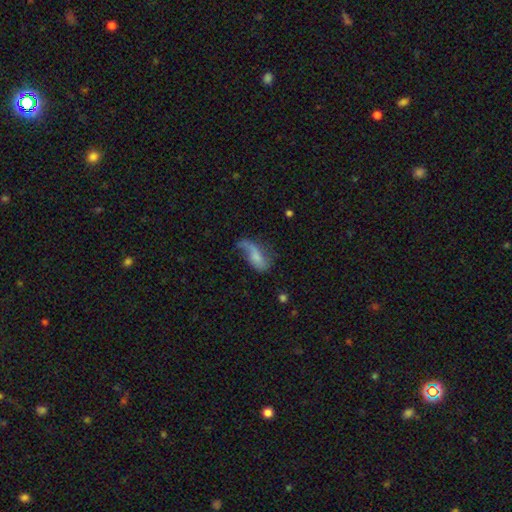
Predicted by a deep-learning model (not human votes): Overall: smooth (47%; featured or disk 43%). Merging: major disturbance (39%; none 29%).